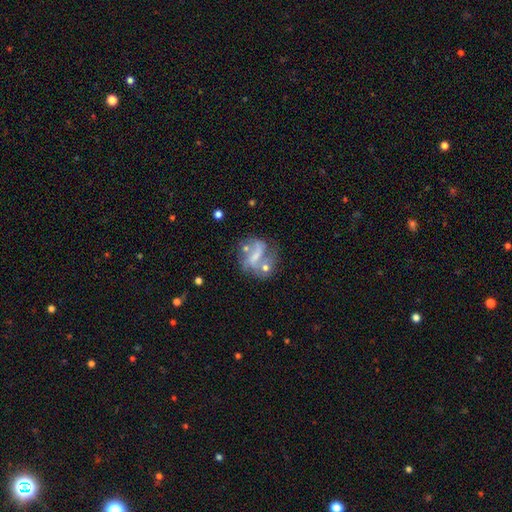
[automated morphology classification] This appears to be a featured or disk galaxy (63%) with a weak bar (39%), spiral arms (63%) and a small central bulge (39%). Merging: none (38%).